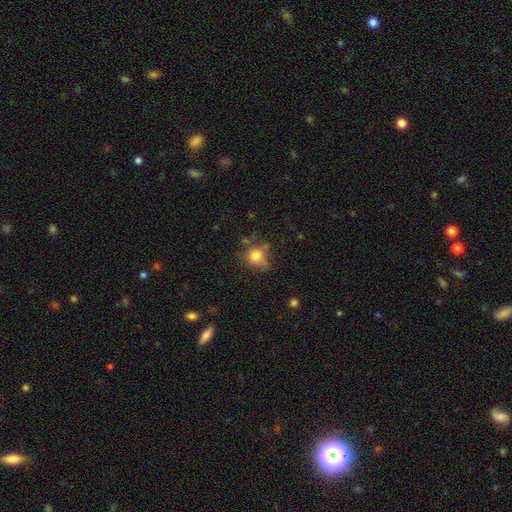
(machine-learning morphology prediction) smooth_or_featured: smooth (p=0.78) [alt: star or artifact p=0.12]
how_rounded: round (p=0.68) [alt: in between p=0.31]
merging: none (p=0.50) [alt: minor disturbance p=0.30]